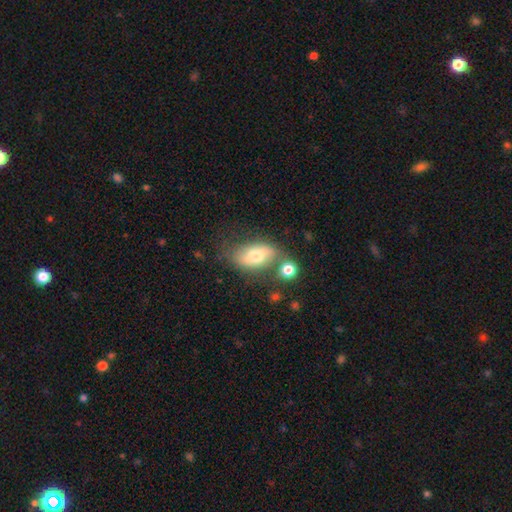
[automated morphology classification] Smooth or featured? smooth (58%)
How rounded? in between (88%)
Merging? none (53%)